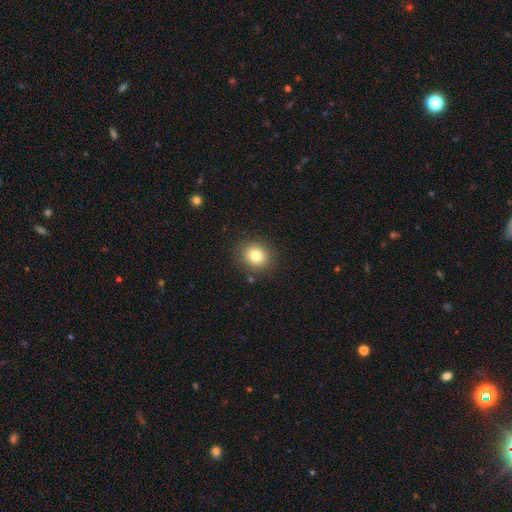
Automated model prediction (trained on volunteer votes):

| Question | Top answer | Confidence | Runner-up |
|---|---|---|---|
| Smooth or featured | smooth | 80% | star or artifact (11%) |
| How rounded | round | 77% | in between (22%) |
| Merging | none | 87% | minor disturbance (9%) |